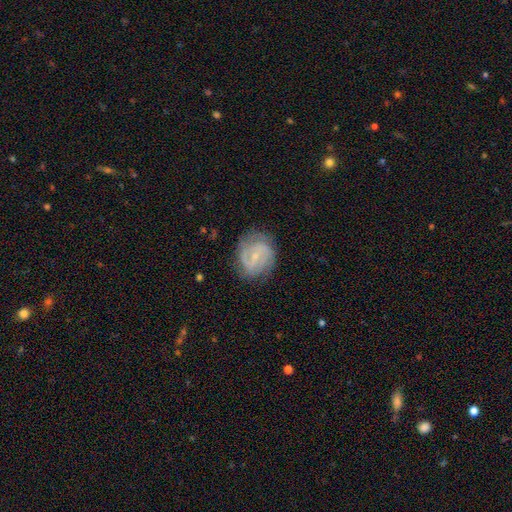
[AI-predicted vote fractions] This appears to be a featured or disk galaxy (79%) with a weak bar (54%), 2 (67%) medium (45%) spiral arms (94%) and a small central bulge (72%). Merging: none (76%).